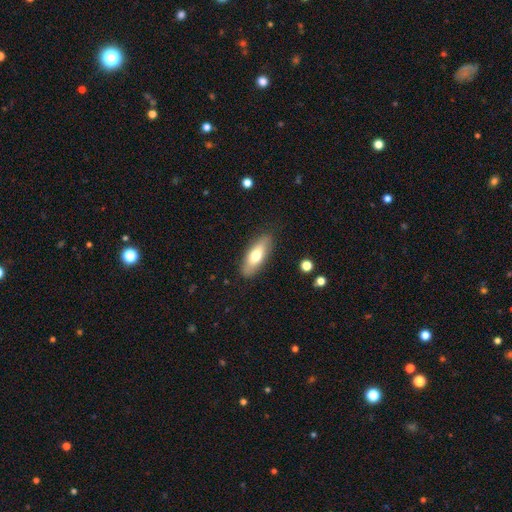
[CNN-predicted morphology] This is likely a smooth galaxy (66%). How rounded: likely in between (63%). Merging: clearly none (86%).